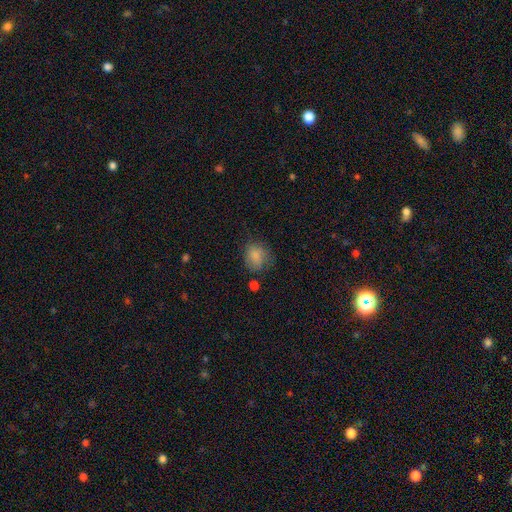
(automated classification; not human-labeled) Overall: smooth (80%). How rounded: round (63%; in between 36%). Merging: none (60%; minor disturbance 26%).